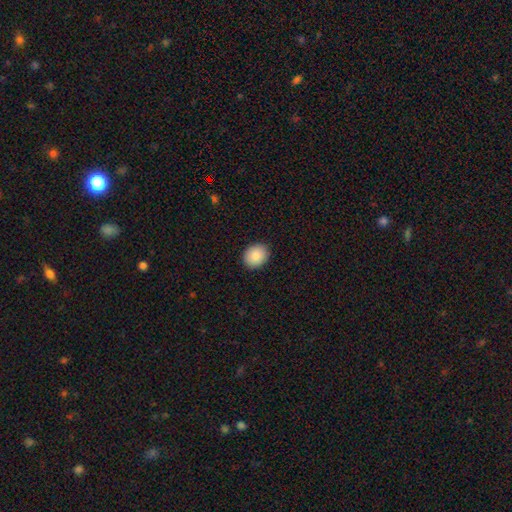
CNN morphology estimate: Smooth or featured: smooth — 89% (star or artifact — 7%)
How rounded: round — 54% (in between — 45%)
Merging: none — 91% (minor disturbance — 7%)